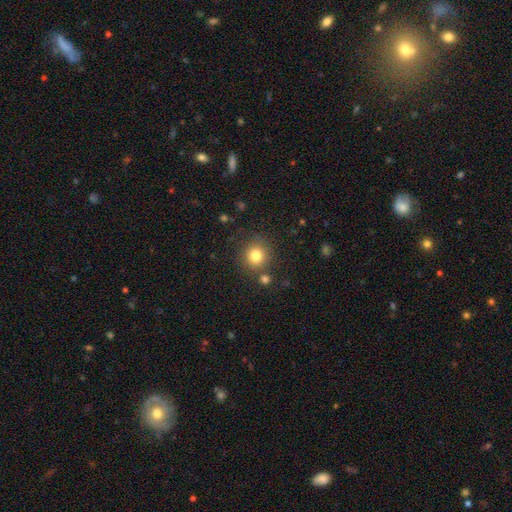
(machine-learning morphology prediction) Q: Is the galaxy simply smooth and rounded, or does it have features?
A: smooth — 81%.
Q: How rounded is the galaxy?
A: round — 91%.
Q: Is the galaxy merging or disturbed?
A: none — 82%.